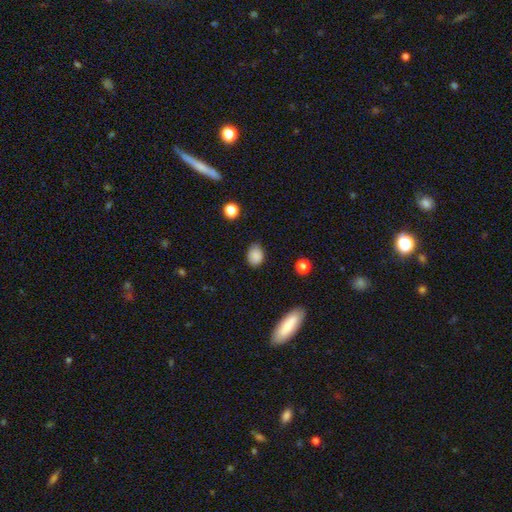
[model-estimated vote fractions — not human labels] A smooth galaxy with no disk features (86%) that is in between round and cigar-shaped (63%). Merging: none (78%).